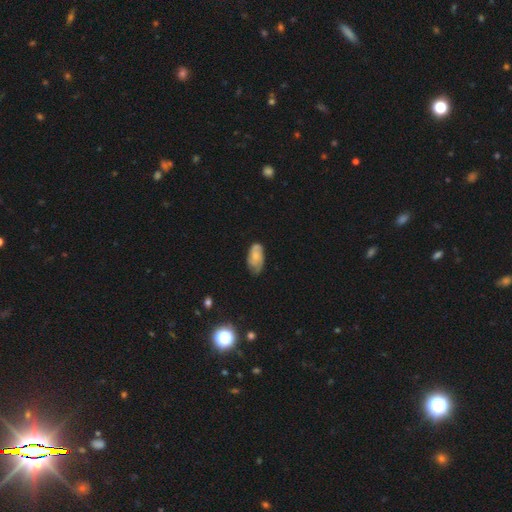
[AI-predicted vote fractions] A smooth galaxy with no disk features (48%). Merging: none (63%).